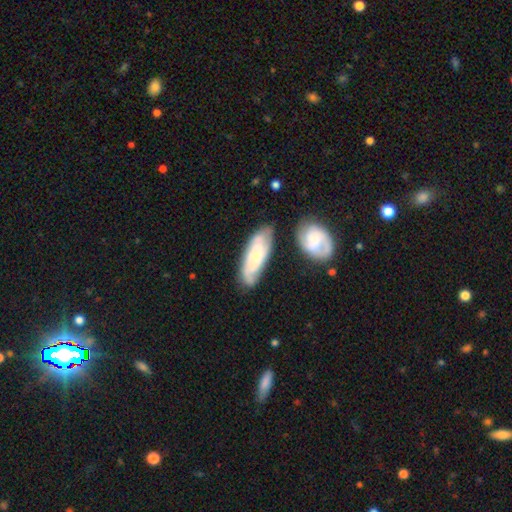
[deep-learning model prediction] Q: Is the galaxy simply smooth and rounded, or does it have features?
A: featured or disk — 59%.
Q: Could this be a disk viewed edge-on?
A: no — 84%.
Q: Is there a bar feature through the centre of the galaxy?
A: no — 68%.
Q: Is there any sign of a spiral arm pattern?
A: yes — 88%.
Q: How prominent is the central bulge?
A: small — 59%.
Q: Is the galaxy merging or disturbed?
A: none — 65%.